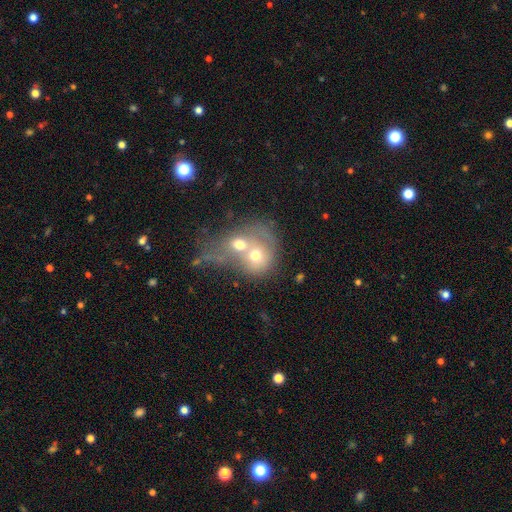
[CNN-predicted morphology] Smooth or featured: smooth — 56% (featured or disk — 33%)
How rounded: round — 66% (in between — 33%)
Merging: merger — 76% (none — 13%)